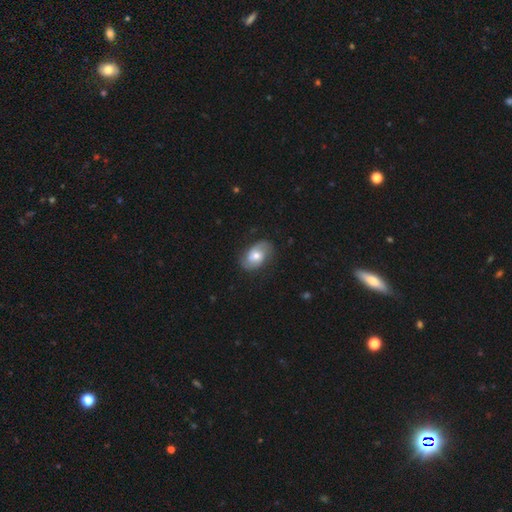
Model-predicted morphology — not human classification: Q: Smooth or featured?
A: featured or disk (63%); runner-up: smooth (31%)
Q: Edge-on disk?
A: no (96%); runner-up: yes (4%)
Q: Bar?
A: no (61%); runner-up: weak (32%)
Q: Spiral arms?
A: yes (88%); runner-up: no (12%)
Q: Spiral winding?
A: medium (44%); runner-up: tight (28%)
Q: Spiral arm count?
A: 2 (84%); runner-up: can't tell (9%)
Q: Bulge size?
A: moderate (67%); runner-up: small (22%)
Q: Merging?
A: none (76%); runner-up: minor disturbance (17%)